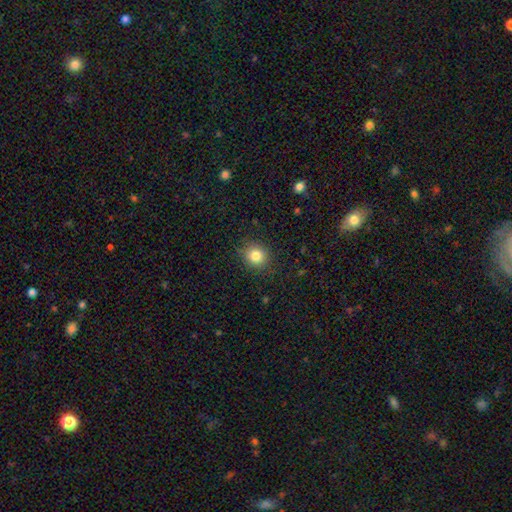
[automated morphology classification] Q: Smooth or featured?
A: smooth (82%); runner-up: star or artifact (11%)
Q: How rounded?
A: round (80%); runner-up: in between (19%)
Q: Merging?
A: none (88%); runner-up: minor disturbance (9%)